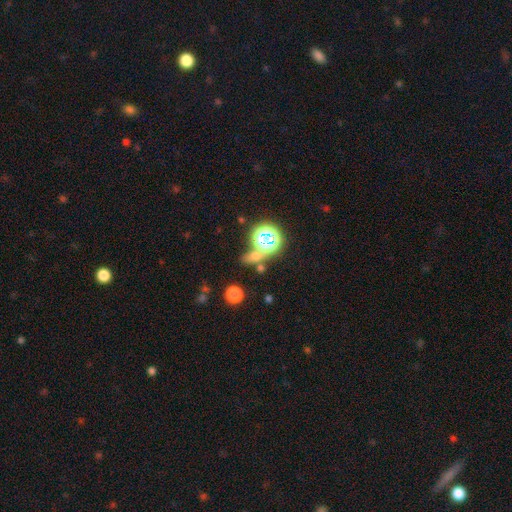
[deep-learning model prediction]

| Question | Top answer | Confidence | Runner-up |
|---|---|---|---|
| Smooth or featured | star or artifact | 46% | smooth (42%) |